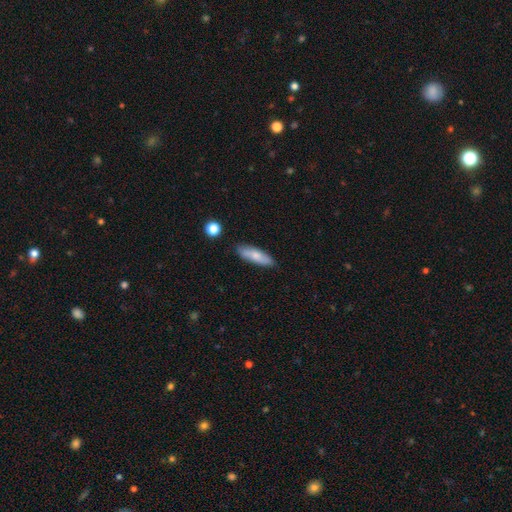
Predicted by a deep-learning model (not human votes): This appears to be a smooth galaxy with no disk features (73%) that is cigar-shaped (52%). Merging: none (81%).